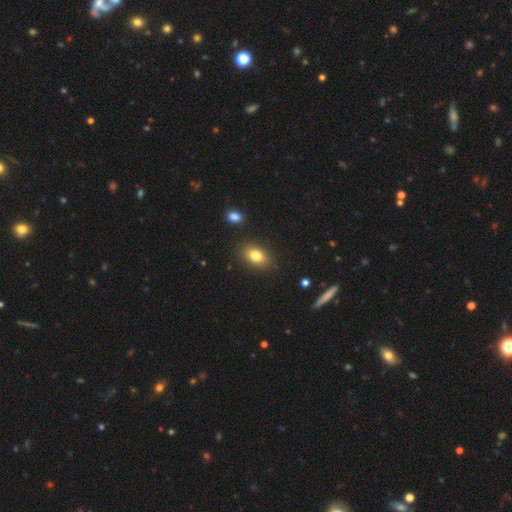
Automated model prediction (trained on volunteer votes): Morphology: type=smooth (80%); roundness=in between (83%); merging=none (87%).